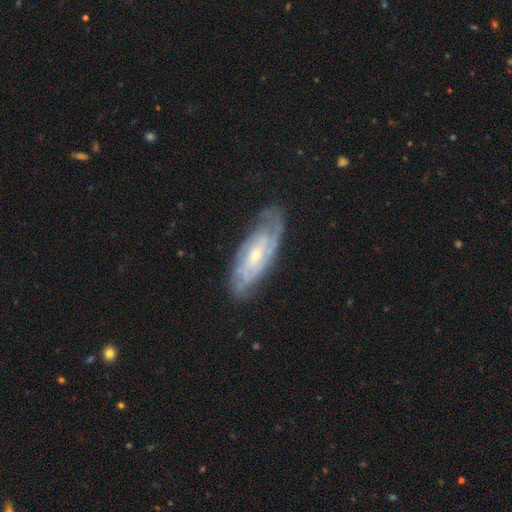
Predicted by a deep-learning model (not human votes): Morphology: type=featured or disk (84%); edge-on=no (89%); bar=no (58%); spiral arms=yes (94%); winding=tight (65%); arm count=can't tell (39%); bulge=small (64%); merging=none (75%).